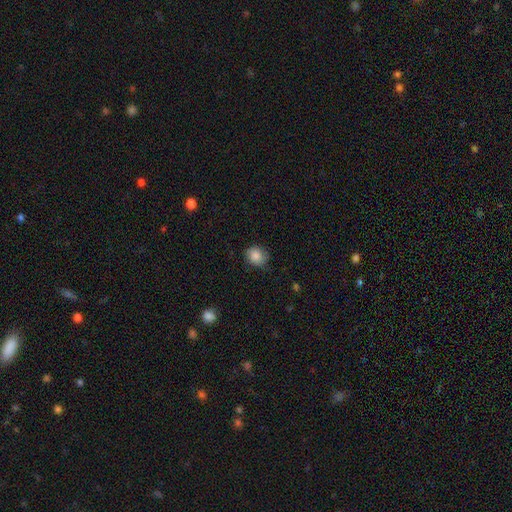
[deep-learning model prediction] A smooth galaxy with no disk features (83%) that is round (72%). Merging: none (76%).